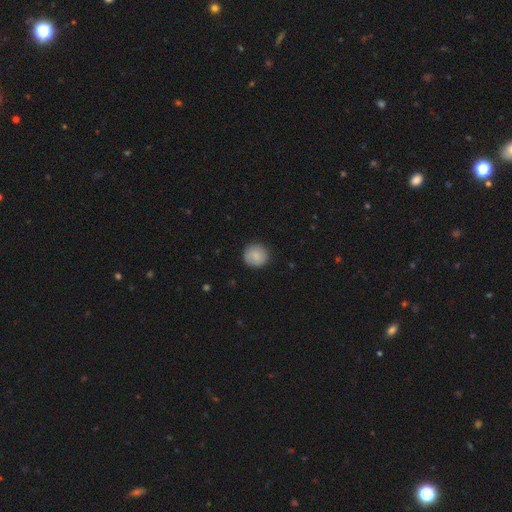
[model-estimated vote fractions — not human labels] smooth_or_featured: smooth (p=0.86) [alt: star or artifact p=0.07]
how_rounded: round (p=0.91) [alt: in between p=0.08]
merging: none (p=0.87) [alt: minor disturbance p=0.09]